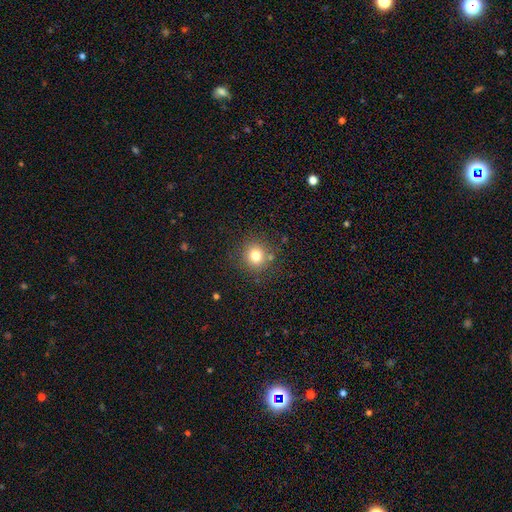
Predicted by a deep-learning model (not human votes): A smooth galaxy with no disk features (78%) that is round (90%). Merging: none (84%).